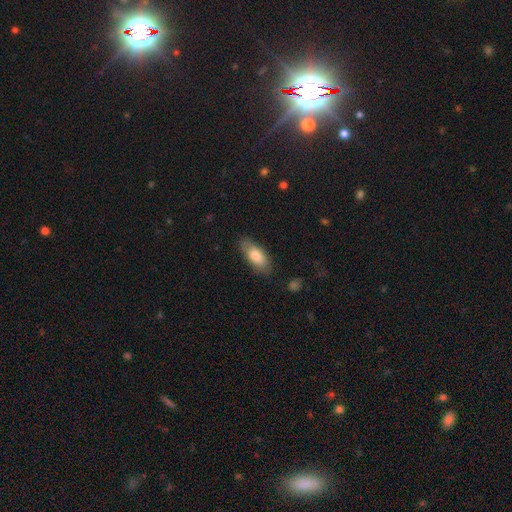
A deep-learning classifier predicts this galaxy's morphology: A smooth galaxy with no disk features (80%) that is in between round and cigar-shaped (83%).

Vote fractions:
- Smooth or featured? smooth: 80% / featured or disk: 14% / star or artifact: 6%
- How rounded? in between: 83% / cigar-shaped: 14% / round: 2%
- Merging? none: 78% / minor disturbance: 16% / major disturbance: 4% / merger: 1%